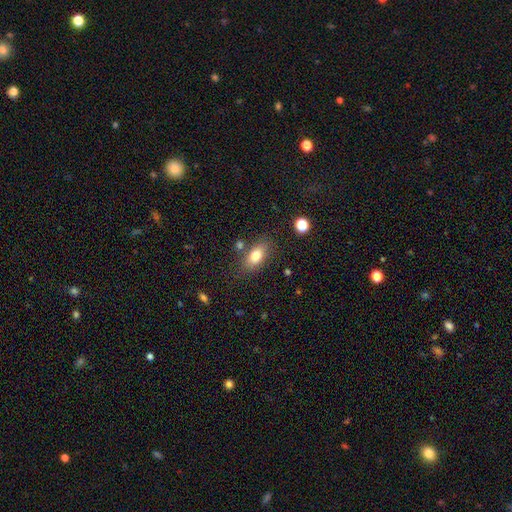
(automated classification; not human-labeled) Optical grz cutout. It shows a smooth galaxy with no disk features (79%) that is in between round and cigar-shaped (84%). Merging: none (75%).